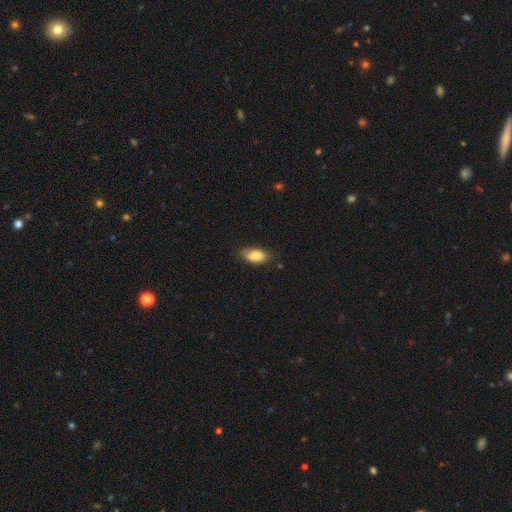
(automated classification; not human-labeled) This is clearly a smooth galaxy (83%). How rounded: clearly in between (93%). Merging: likely none (75%).